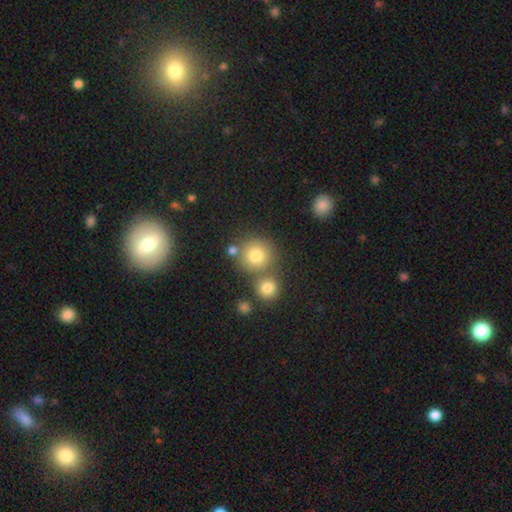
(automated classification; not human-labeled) This appears to be a smooth galaxy with no disk features (77%) that is round (91%). Merging: none (64%).